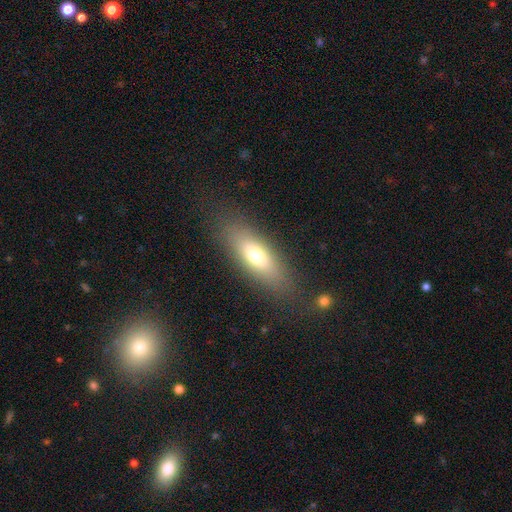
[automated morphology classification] Overall: smooth (68%). How rounded: in between (61%; cigar-shaped 36%). Merging: none (81%).